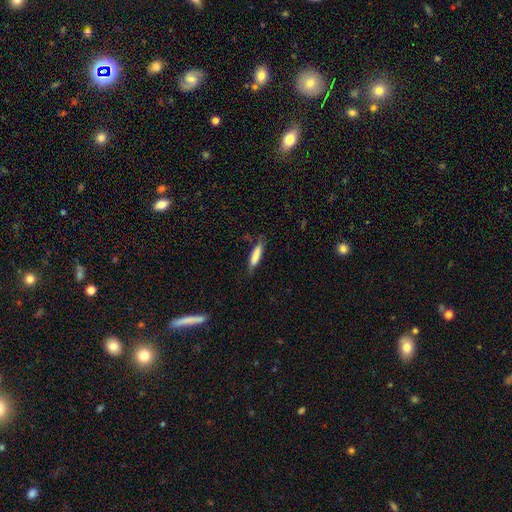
A smooth galaxy with no disk features (95%) that is cigar-shaped (86%).

Vote fractions:
- Smooth or featured? smooth: 95% / featured or disk: 5% / star or artifact: 0%
- How rounded? cigar-shaped: 86% / in between: 14% / round: 0%
- Merging? none: 56% / minor disturbance: 41% / merger: 3% / major disturbance: 0%